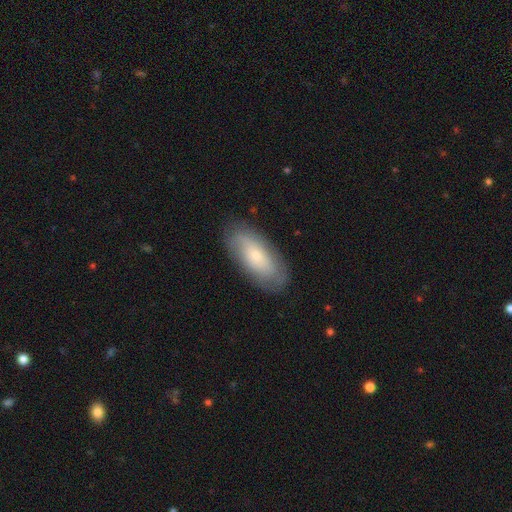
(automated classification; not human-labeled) Smooth or featured? Predicted: smooth (p=0.56). How rounded? Predicted: in between (p=0.84). Merging? Predicted: none (p=0.81).